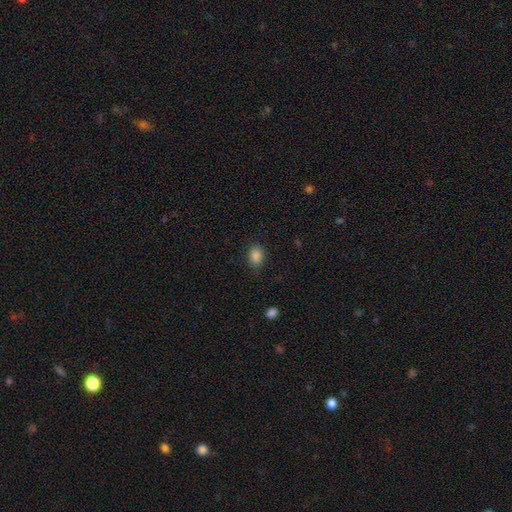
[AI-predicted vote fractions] This appears to be a smooth galaxy with no disk features (86%) that is in between round and cigar-shaped (73%). Merging: none (83%).